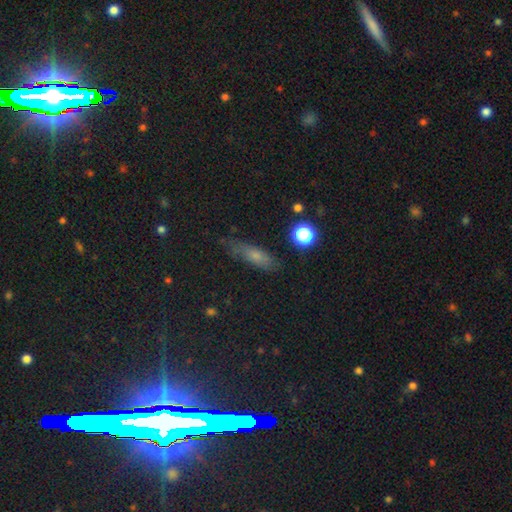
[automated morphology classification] Smooth or featured? Predicted: smooth (p=0.63). How rounded? Predicted: in between (p=0.48). Merging? Predicted: none (p=0.71).